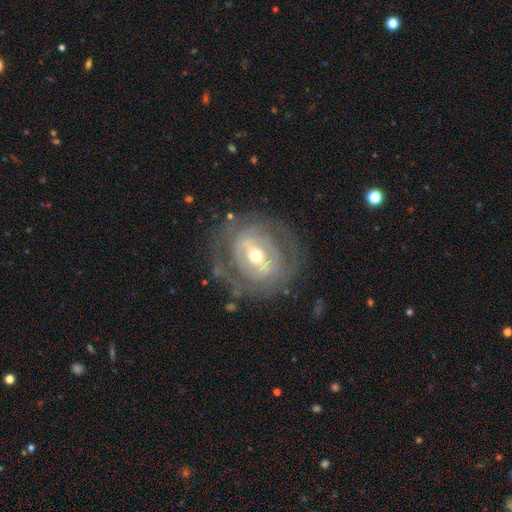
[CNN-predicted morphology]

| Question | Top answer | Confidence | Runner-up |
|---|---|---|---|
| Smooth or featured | featured or disk | 78% | smooth (15%) |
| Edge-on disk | no | 92% | yes (8%) |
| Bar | strong | 50% | weak (34%) |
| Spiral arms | yes | 51% | no (49%) |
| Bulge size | moderate | 60% | small (33%) |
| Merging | none | 75% | minor disturbance (14%) |